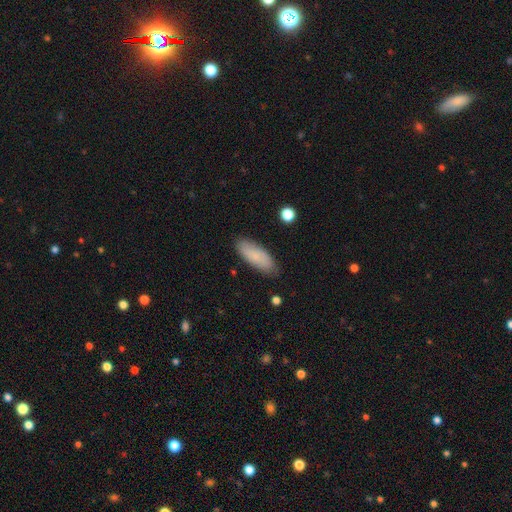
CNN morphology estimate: Q: Smooth or featured?
A: smooth (79%); runner-up: featured or disk (14%)
Q: How rounded?
A: in between (73%); runner-up: cigar-shaped (25%)
Q: Merging?
A: none (84%); runner-up: minor disturbance (12%)